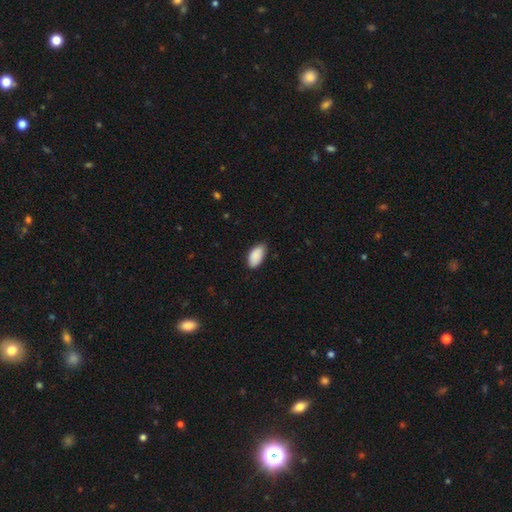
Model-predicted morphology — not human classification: Smooth or featured? Predicted: smooth (p=0.89). How rounded? Predicted: in between (p=0.95). Merging? Predicted: none (p=0.74).